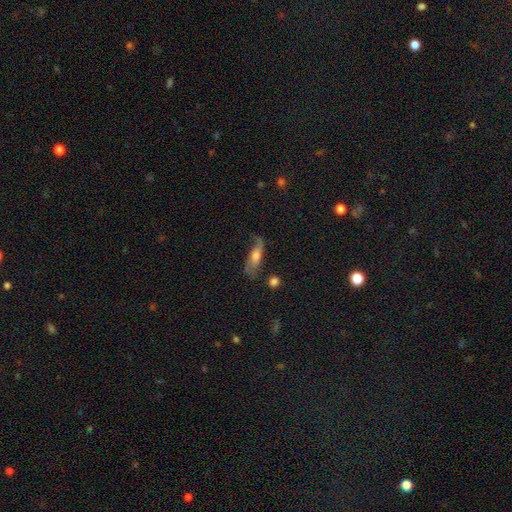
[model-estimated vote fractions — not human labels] Smooth or featured?
  - featured or disk: 51% *
  - smooth: 40%
  - star or artifact: 8%
Edge-on disk?
  - no: 70% *
  - yes: 30%
Merging?
  - none: 47% *
  - minor disturbance: 27%
  - major disturbance: 21%
  - merger: 5%